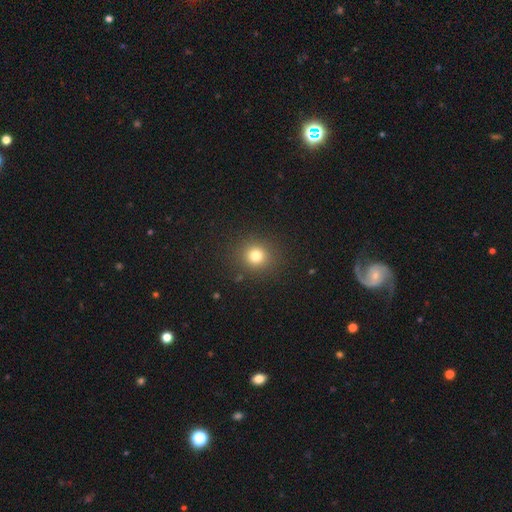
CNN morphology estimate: Smooth or featured?
  - smooth: 77% *
  - star or artifact: 15%
  - featured or disk: 7%
How rounded?
  - round: 88% *
  - in between: 11%
  - cigar-shaped: 1%
Merging?
  - none: 89% *
  - minor disturbance: 7%
  - major disturbance: 3%
  - merger: 1%